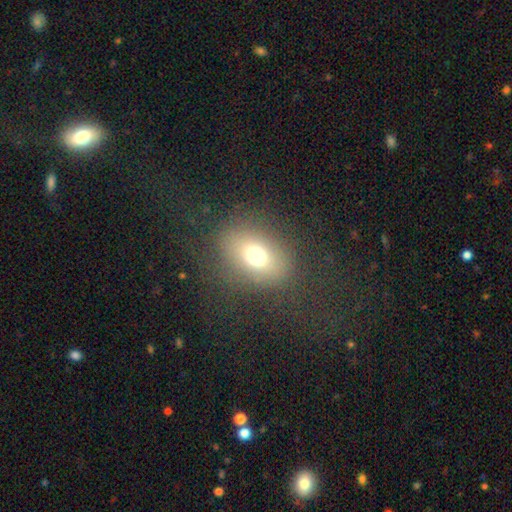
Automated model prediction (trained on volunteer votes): Smooth or featured: smooth — 68% (star or artifact — 18%)
How rounded: in between — 59% (round — 40%)
Merging: none — 79% (minor disturbance — 11%)